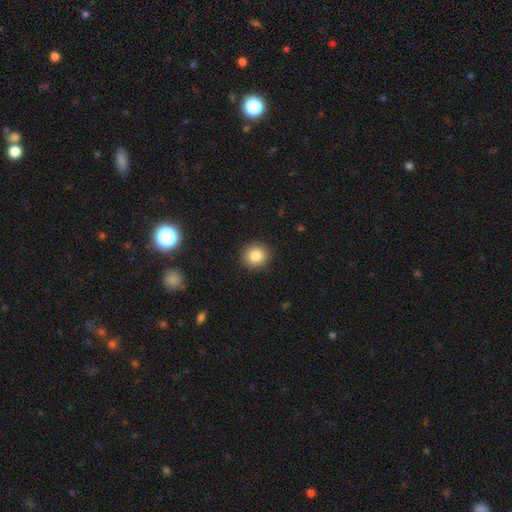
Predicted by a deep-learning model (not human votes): The model was most divided on "smooth or featured": smooth: 85%, star or artifact: 10%, featured or disk: 6%. More confident: merging — none (92%); how rounded — round (88%).